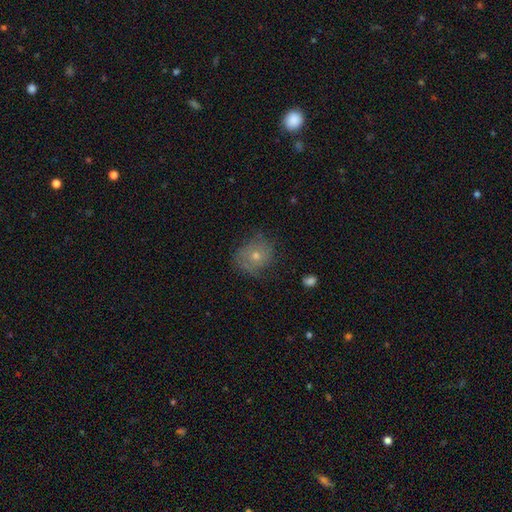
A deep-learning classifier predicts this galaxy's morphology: The model was most divided on "smooth or featured": smooth: 42%, featured or disk: 41%, star or artifact: 16%. More confident: merging — none (70%).